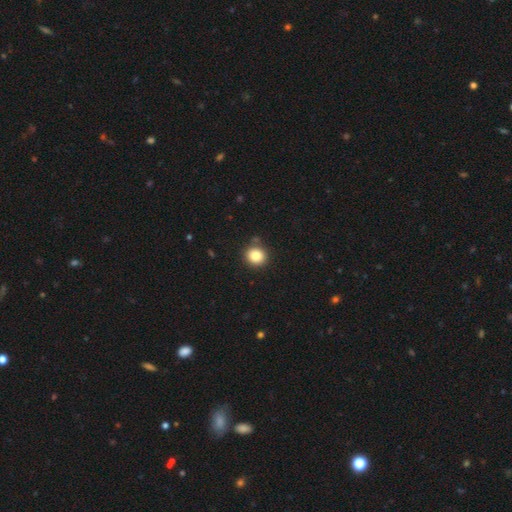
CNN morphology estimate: This appears to be a smooth galaxy with no disk features (84%) that is round (87%). Merging: none (86%).